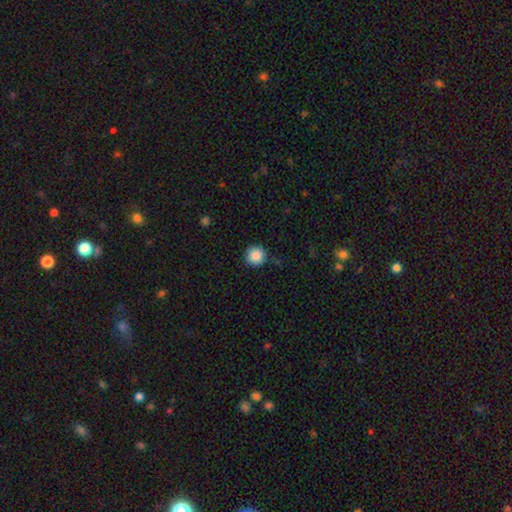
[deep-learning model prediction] smooth 87%, star or artifact 9%, featured or disk 4%. Down the decision tree: how rounded — round (95%); merging — none (86%).